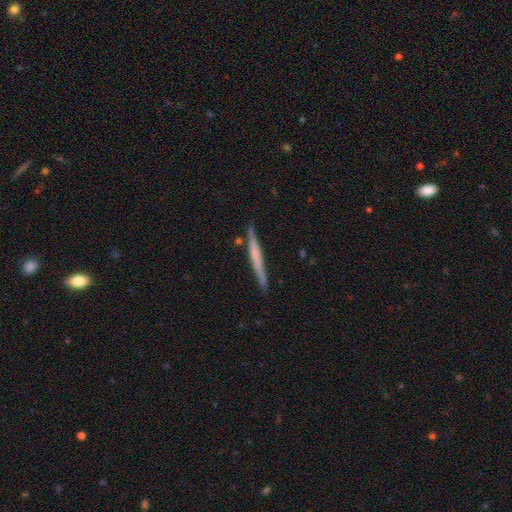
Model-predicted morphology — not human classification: Smooth or featured?
  - featured or disk: 52% *
  - smooth: 43%
  - star or artifact: 5%
Edge-on disk?
  - yes: 97% *
  - no: 3%
Edge-on bulge?
  - none: 72% *
  - rounded: 17%
  - boxy: 12%
Merging?
  - none: 86% *
  - minor disturbance: 10%
  - merger: 2%
  - major disturbance: 2%